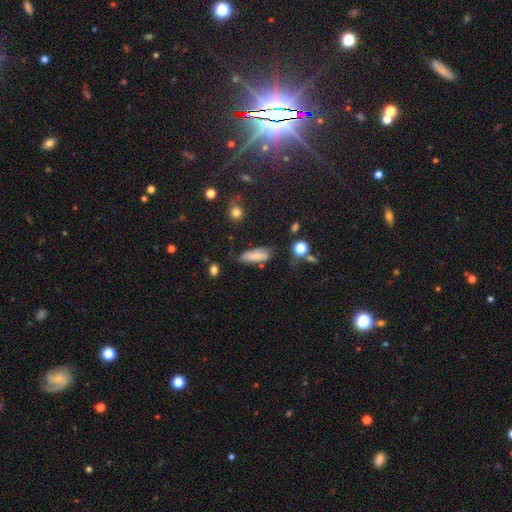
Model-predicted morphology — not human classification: The model was most divided on "merging": none: 56%, minor disturbance: 29%, major disturbance: 10%, merger: 6%. More confident: smooth or featured — smooth (67%); how rounded — in between (67%).